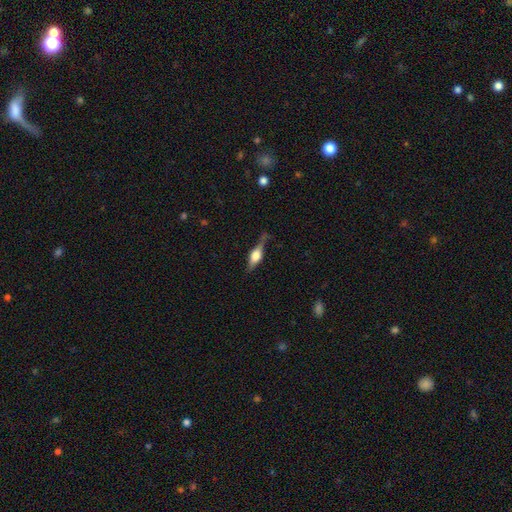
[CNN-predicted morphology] A featured or disk galaxy (63%) viewed edge-on (94%) with a rounded central bulge (90%). Merging: none (66%).